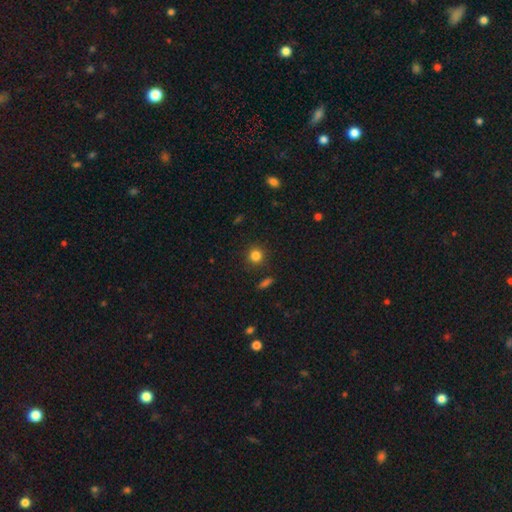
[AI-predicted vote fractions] This appears to be a smooth galaxy with no disk features (83%) that is round (90%). Merging: none (88%).